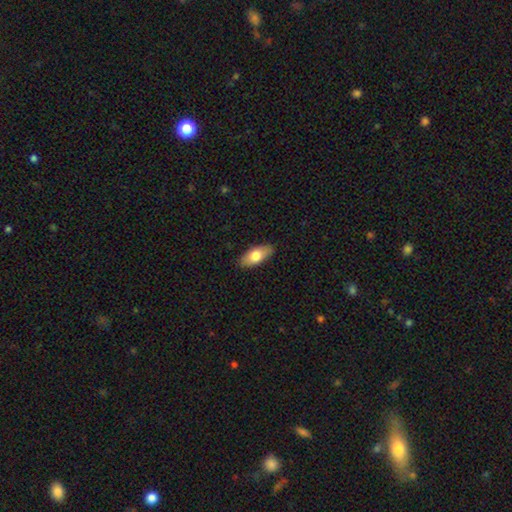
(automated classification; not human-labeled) Overall: smooth (73%). How rounded: in between (84%). Merging: none (89%).